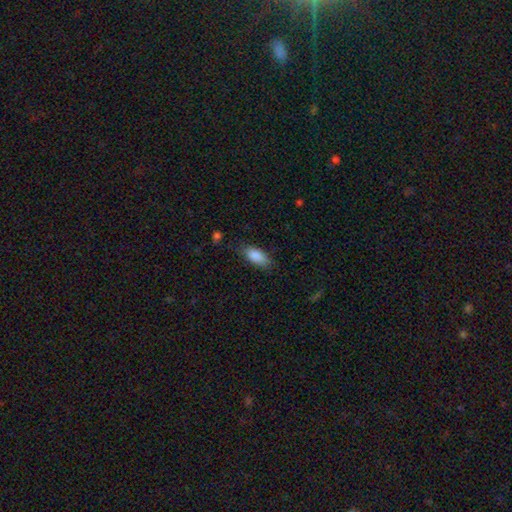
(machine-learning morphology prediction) A smooth galaxy with no disk features (87%) that is in between round and cigar-shaped (87%).

Vote fractions:
- Smooth or featured? smooth: 87% / star or artifact: 7% / featured or disk: 6%
- How rounded? in between: 87% / cigar-shaped: 10% / round: 3%
- Merging? none: 76% / minor disturbance: 18% / major disturbance: 4% / merger: 1%